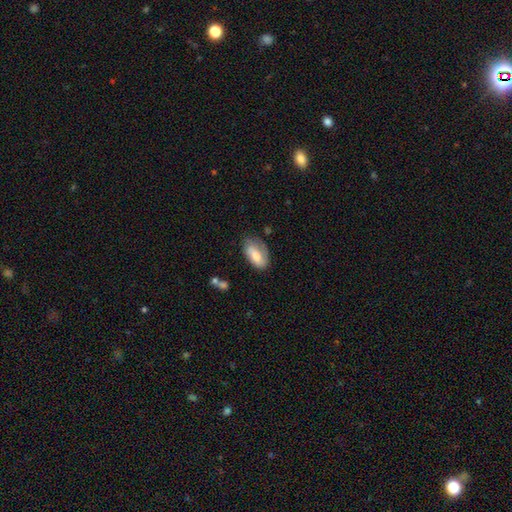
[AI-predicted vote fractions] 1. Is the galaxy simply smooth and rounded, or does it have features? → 64% smooth, 29% featured or disk, 6% star or artifact.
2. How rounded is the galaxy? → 92% in between, 4% round, 4% cigar-shaped.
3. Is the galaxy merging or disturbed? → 56% none, 30% minor disturbance, 11% major disturbance, 3% merger.